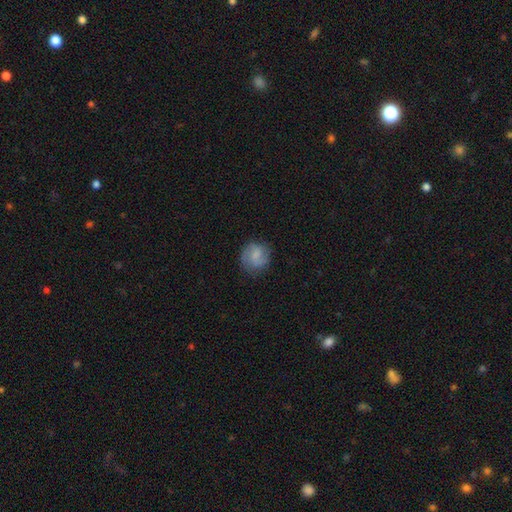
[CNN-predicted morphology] type=smooth (55%); roundness=round (79%); merging=none (72%).